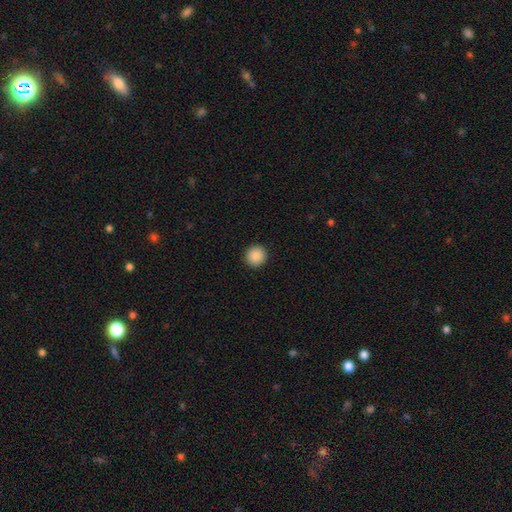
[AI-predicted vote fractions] Morphology: type=smooth (88%); roundness=round (94%); merging=none (93%).